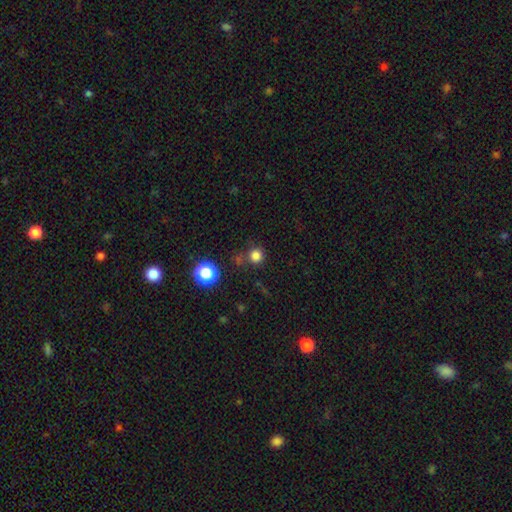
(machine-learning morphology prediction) smooth 79%, star or artifact 17%, featured or disk 4%. Down the decision tree: how rounded — round (93%); merging — none (76%).